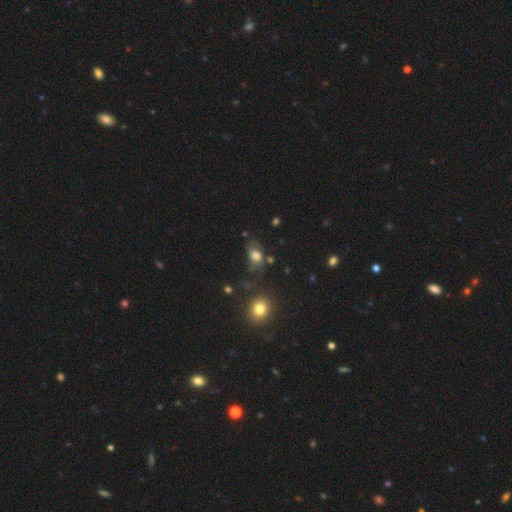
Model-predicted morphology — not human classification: smooth_or_featured: smooth (p=0.63) [alt: featured or disk p=0.23]
how_rounded: in between (p=0.74) [alt: round p=0.24]
merging: none (p=0.44) [alt: minor disturbance p=0.27]